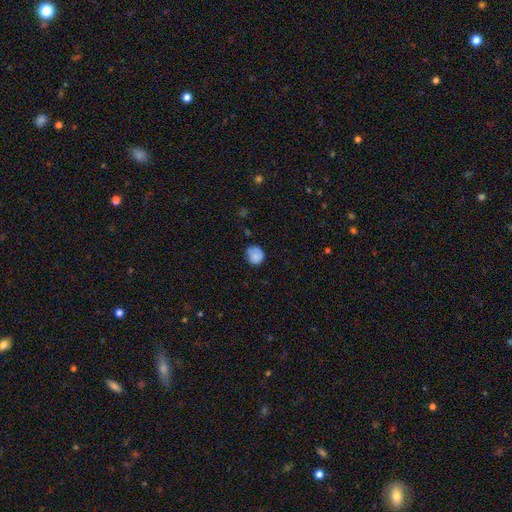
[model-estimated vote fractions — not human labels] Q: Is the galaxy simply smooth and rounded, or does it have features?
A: smooth — 82%.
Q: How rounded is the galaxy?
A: round — 81%.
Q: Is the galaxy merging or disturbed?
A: none — 67%.